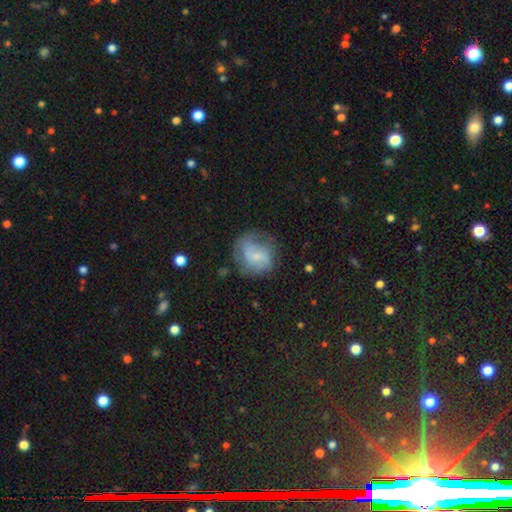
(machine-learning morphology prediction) smooth_or_featured: featured or disk (p=0.50) [alt: smooth p=0.41]
merging: none (p=0.52) [alt: minor disturbance p=0.25]